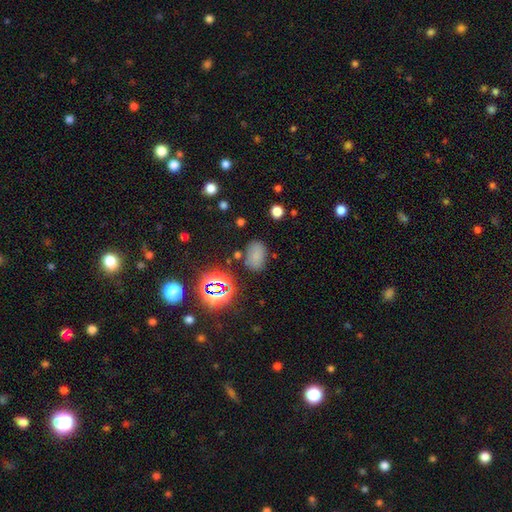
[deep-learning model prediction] Overall: smooth (67%). How rounded: in between (88%). Merging: none (77%).